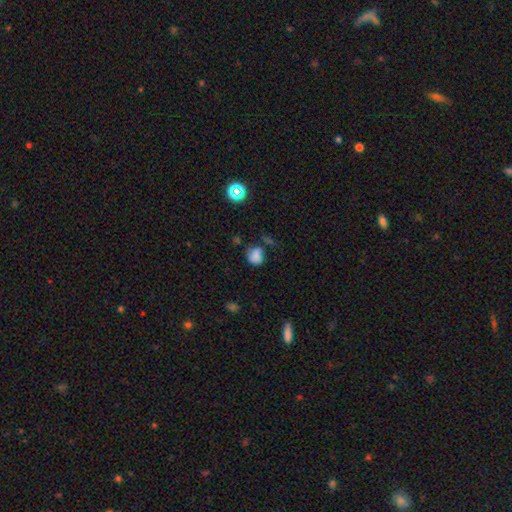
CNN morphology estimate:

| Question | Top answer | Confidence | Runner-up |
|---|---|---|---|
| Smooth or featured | smooth | 74% | star or artifact (14%) |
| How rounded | round | 58% | in between (41%) |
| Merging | none | 49% | minor disturbance (28%) |